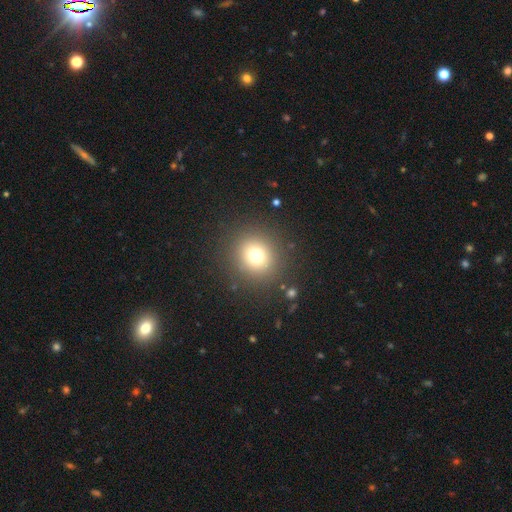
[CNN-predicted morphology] smooth_or_featured: smooth (p=0.72) [alt: star or artifact p=0.17]
how_rounded: round (p=0.90) [alt: in between p=0.09]
merging: none (p=0.88) [alt: minor disturbance p=0.07]